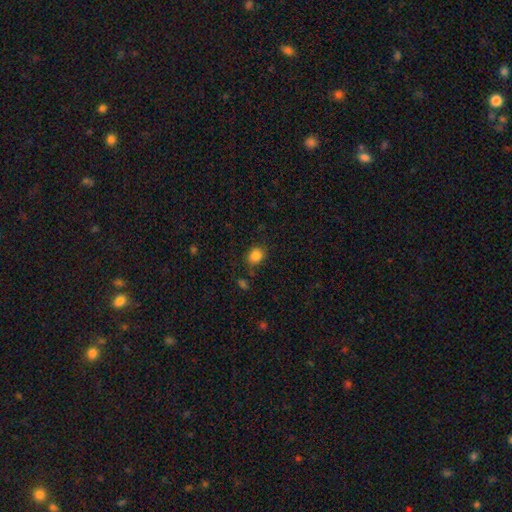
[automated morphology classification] type=smooth (84%); roundness=round (67%); merging=none (79%).